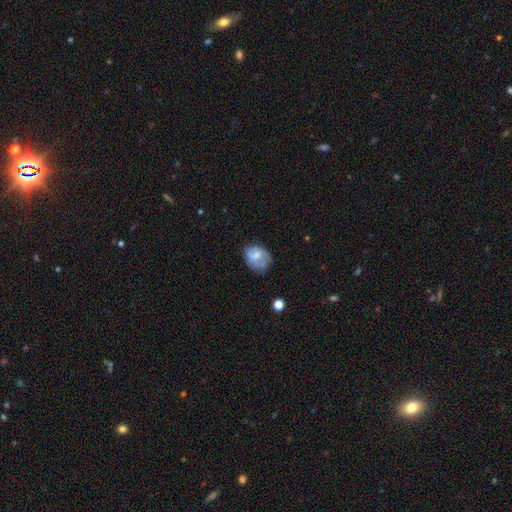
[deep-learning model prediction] Smooth or featured? Predicted: smooth (p=0.58). How rounded? Predicted: in between (p=0.60). Merging? Predicted: none (p=0.49).